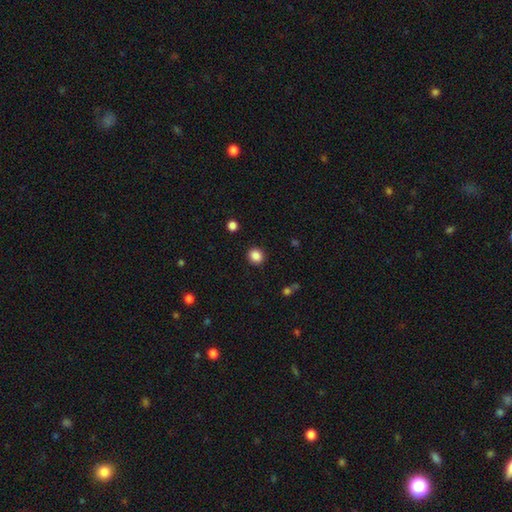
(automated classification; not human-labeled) Smooth or featured? smooth (87%)
How rounded? round (83%)
Merging? none (91%)